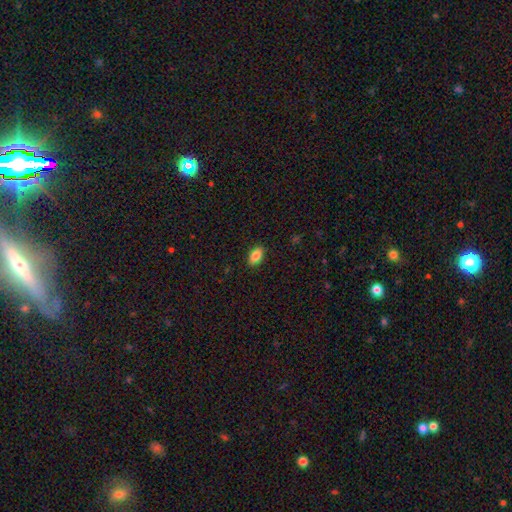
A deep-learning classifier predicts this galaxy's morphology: Smooth or featured? Predicted: smooth (p=0.85). How rounded? Predicted: in between (p=0.91). Merging? Predicted: none (p=0.89).